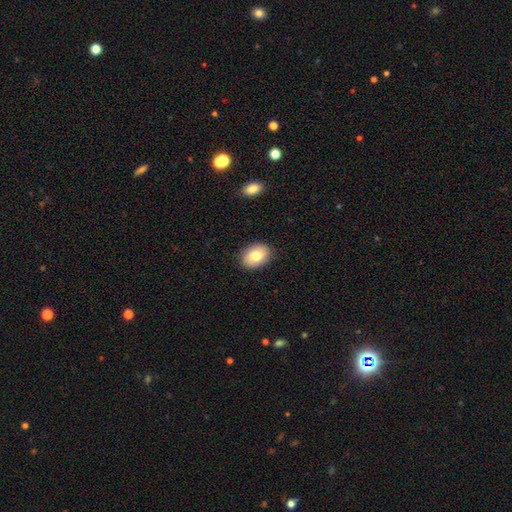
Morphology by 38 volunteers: A smooth galaxy with no disk features (82%) that is in between round and cigar-shaped (77%).

Vote fractions:
- Smooth or featured? smooth: 82% / star or artifact: 11% / featured or disk: 8%
- How rounded? in between: 77% / round: 23% / cigar-shaped: 0%
- Merging? none: 91% / minor disturbance: 6% / merger: 3% / major disturbance: 0%